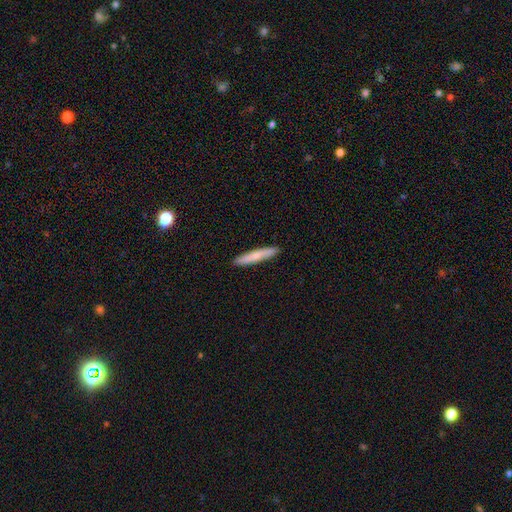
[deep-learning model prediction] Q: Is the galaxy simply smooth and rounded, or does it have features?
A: smooth — 71%.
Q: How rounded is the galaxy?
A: cigar-shaped — 94%.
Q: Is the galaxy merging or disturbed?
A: none — 92%.